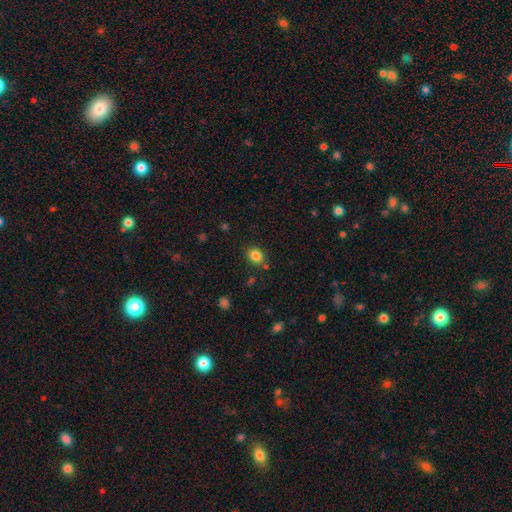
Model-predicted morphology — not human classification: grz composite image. It shows a smooth galaxy with no disk features (84%) that is round (70%). Merging: none (80%).